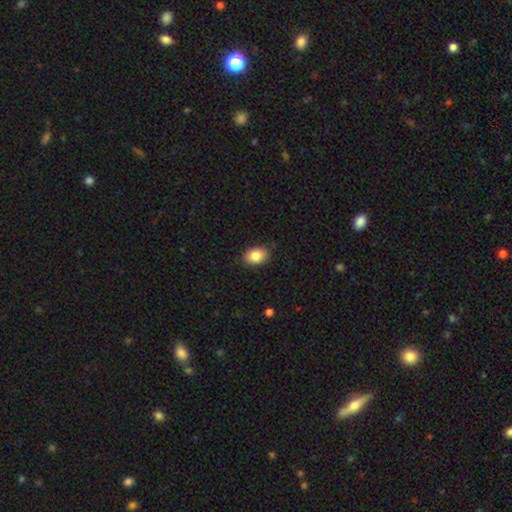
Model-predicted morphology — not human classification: The model was most divided on "how rounded": in between: 77%, round: 22%, cigar-shaped: 1%. More confident: smooth or featured — smooth (85%); merging — none (84%).